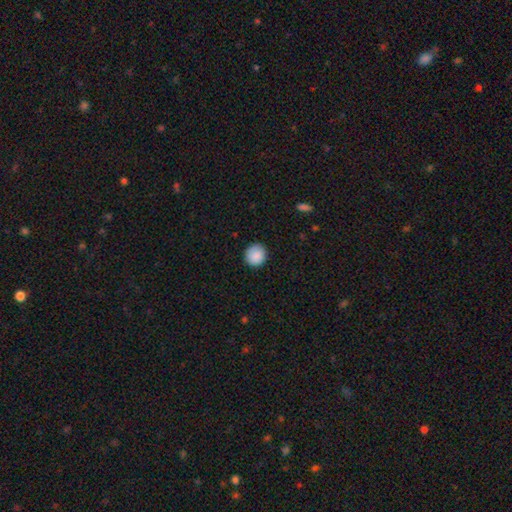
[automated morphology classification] This is clearly a smooth galaxy (89%). How rounded: clearly round (93%). Merging: clearly none (90%).